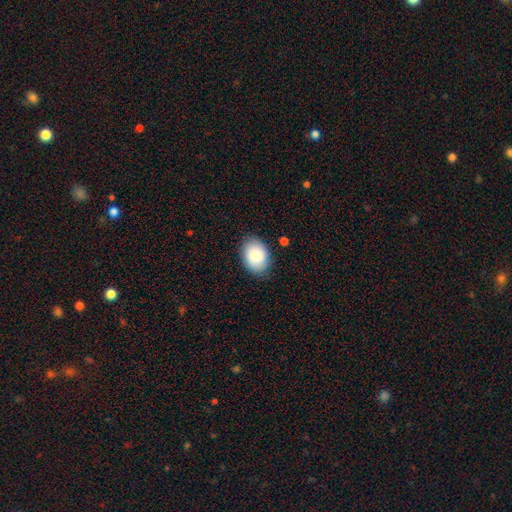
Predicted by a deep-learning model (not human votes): smooth_or_featured: smooth (p=0.85) [alt: featured or disk p=0.08]
how_rounded: in between (p=0.76) [alt: round p=0.23]
merging: none (p=0.82) [alt: minor disturbance p=0.14]